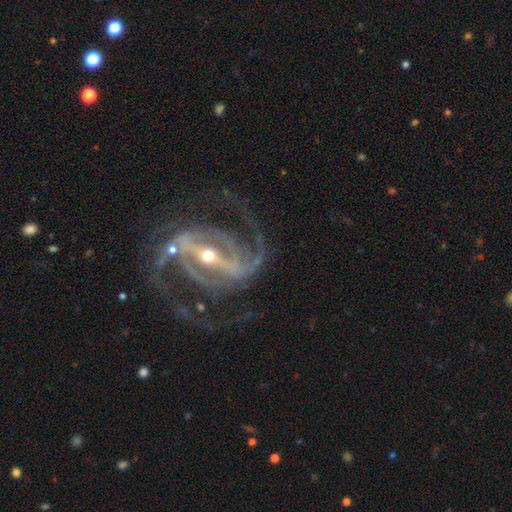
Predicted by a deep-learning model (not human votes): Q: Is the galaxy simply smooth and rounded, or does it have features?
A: featured or disk — 93%.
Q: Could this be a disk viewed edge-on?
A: no — 96%.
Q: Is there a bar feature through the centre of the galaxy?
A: strong — 80%.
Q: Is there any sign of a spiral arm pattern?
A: yes — 98%.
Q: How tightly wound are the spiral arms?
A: medium — 59%.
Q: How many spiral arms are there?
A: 2 — 77%.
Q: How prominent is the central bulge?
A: small — 54%.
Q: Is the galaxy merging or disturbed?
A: none — 69%.